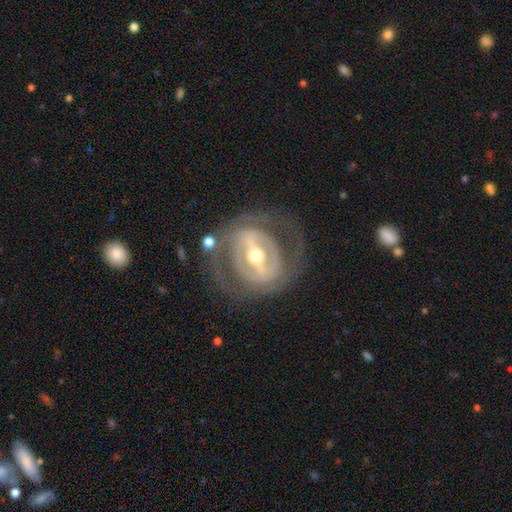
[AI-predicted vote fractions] Smooth or featured? Predicted: featured or disk (p=0.83). Edge-on disk? Predicted: no (p=0.93). Bar? Predicted: strong (p=0.65). Spiral arms? Predicted: yes (p=0.51). Bulge size? Predicted: moderate (p=0.66). Merging? Predicted: none (p=0.70).